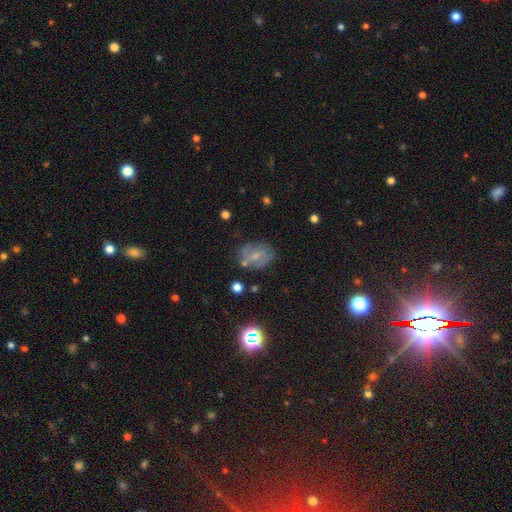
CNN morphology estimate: A featured or disk galaxy (51%). Merging: none (70%).